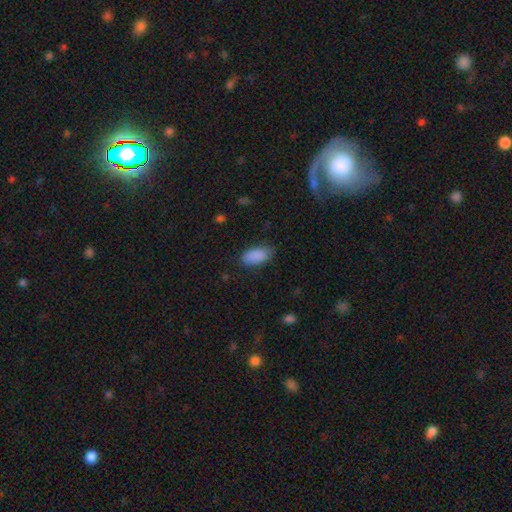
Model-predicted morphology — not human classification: Overall: smooth (89%). How rounded: in between (93%). Merging: none (77%).